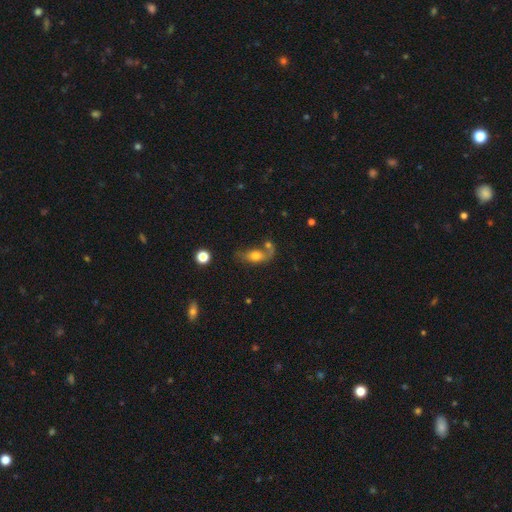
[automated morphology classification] Smooth or featured?
  - smooth: 64% *
  - featured or disk: 26%
  - star or artifact: 10%
How rounded?
  - in between: 78% *
  - round: 16%
  - cigar-shaped: 5%
Merging?
  - none: 35% *
  - merger: 32%
  - major disturbance: 17%
  - minor disturbance: 17%